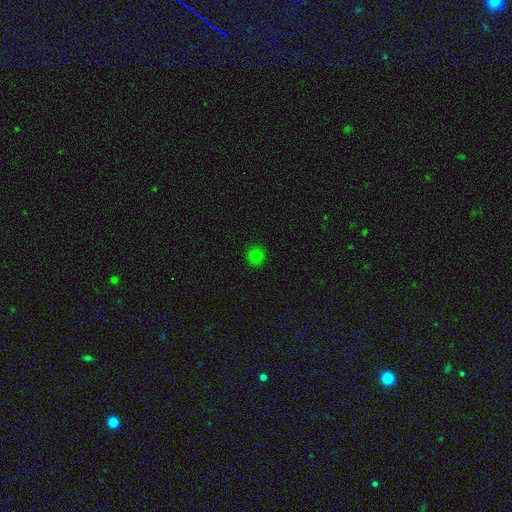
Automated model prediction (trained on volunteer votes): Smooth or featured? smooth (79%)
How rounded? round (90%)
Merging? none (90%)